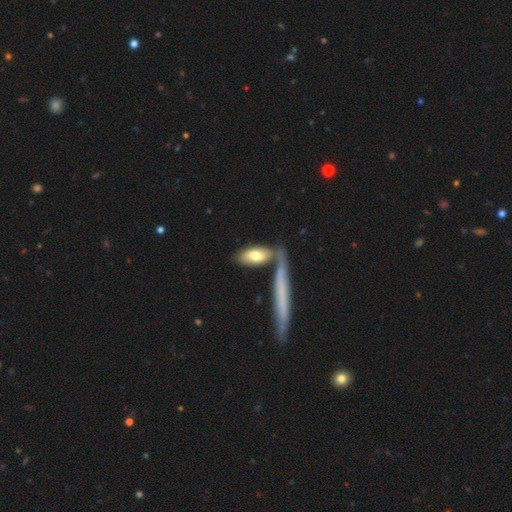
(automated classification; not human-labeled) smooth_or_featured: smooth (p=0.70) [alt: featured or disk p=0.25]
how_rounded: in between (p=0.68) [alt: cigar-shaped p=0.28]
merging: none (p=0.53) [alt: merger p=0.27]